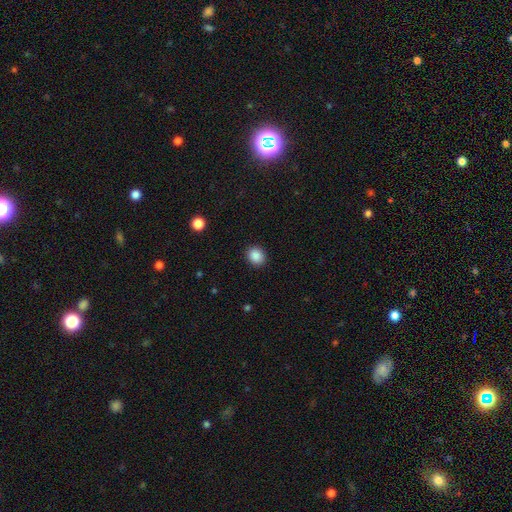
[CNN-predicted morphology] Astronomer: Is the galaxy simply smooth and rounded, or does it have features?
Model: smooth — 88%.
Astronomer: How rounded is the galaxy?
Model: round — 71%.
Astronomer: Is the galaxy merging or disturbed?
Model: none — 91%.